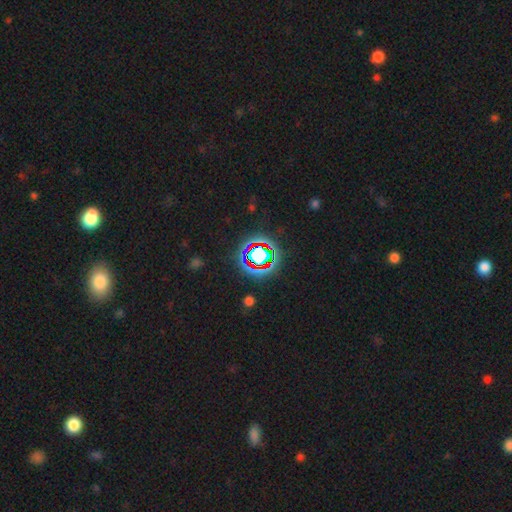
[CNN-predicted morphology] star or artifact 77%, smooth 13%, featured or disk 9%.